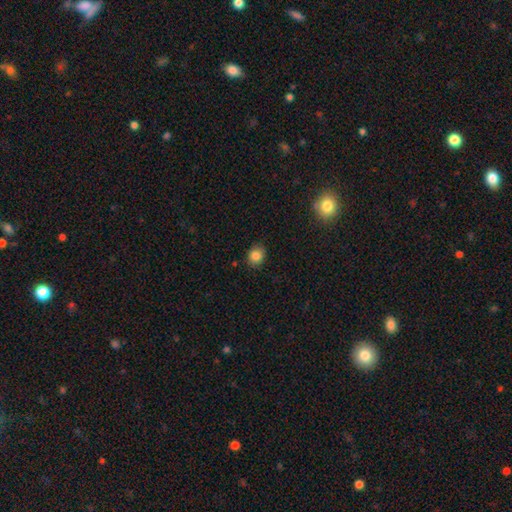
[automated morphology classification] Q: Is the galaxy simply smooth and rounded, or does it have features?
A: smooth — 84%.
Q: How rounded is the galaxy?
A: round — 65%.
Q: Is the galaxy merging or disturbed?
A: none — 82%.